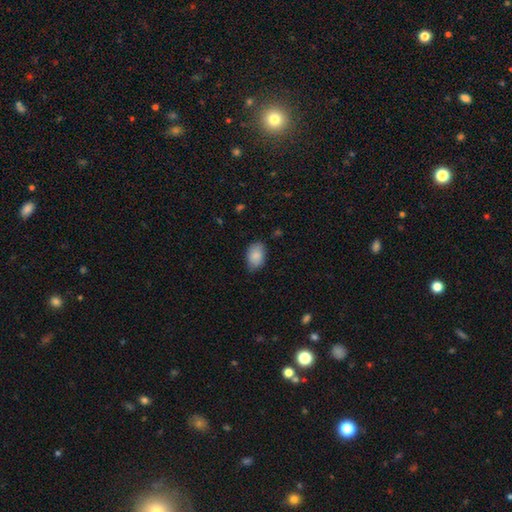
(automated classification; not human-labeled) smooth_or_featured: smooth (p=0.86) [alt: featured or disk p=0.07]
how_rounded: in between (p=0.88) [alt: round p=0.11]
merging: none (p=0.74) [alt: minor disturbance p=0.21]